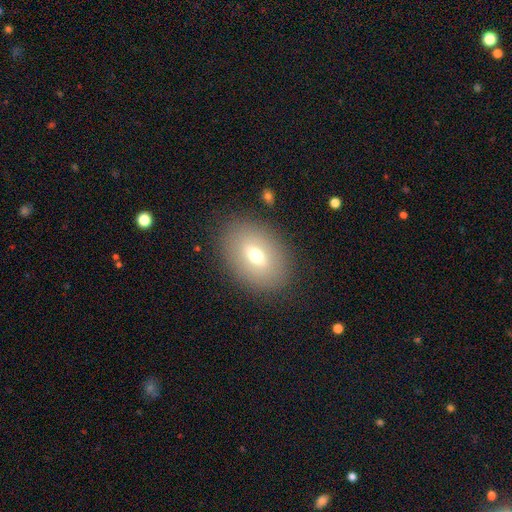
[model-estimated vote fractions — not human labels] Smooth or featured? smooth (63%)
How rounded? in between (82%)
Merging? none (85%)